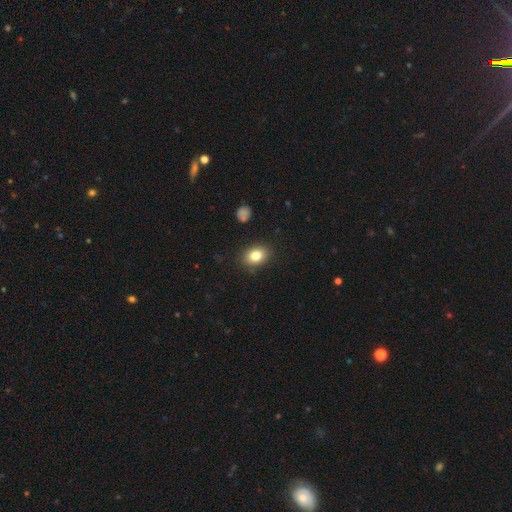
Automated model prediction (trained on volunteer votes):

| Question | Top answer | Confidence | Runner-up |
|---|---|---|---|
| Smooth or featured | smooth | 81% | star or artifact (9%) |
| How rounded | in between | 69% | round (30%) |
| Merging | none | 87% | minor disturbance (9%) |